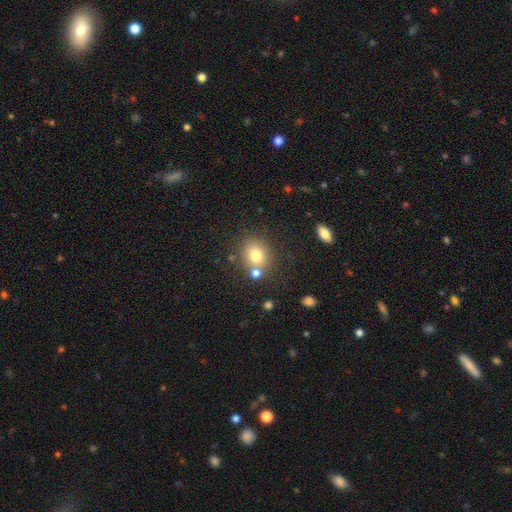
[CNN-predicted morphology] This appears to be a smooth galaxy with no disk features (76%) that is round (69%). Merging: none (69%).